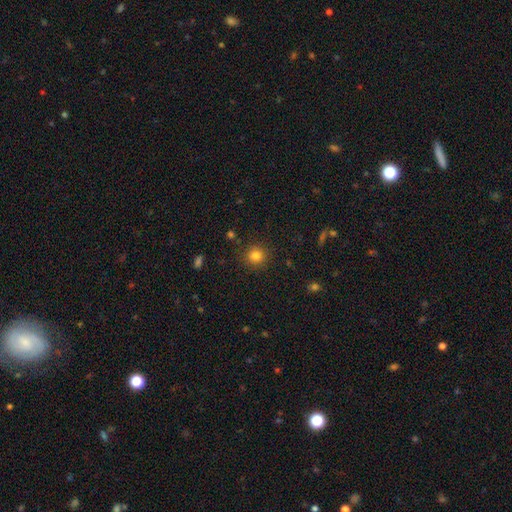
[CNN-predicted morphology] This is clearly a smooth galaxy (82%). How rounded: clearly round (92%). Merging: clearly none (89%).